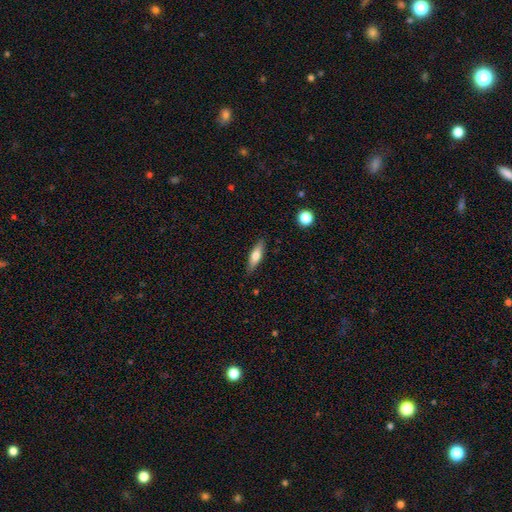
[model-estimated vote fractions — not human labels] This appears to be a smooth galaxy with no disk features (62%) that is cigar-shaped (58%). Merging: none (86%).